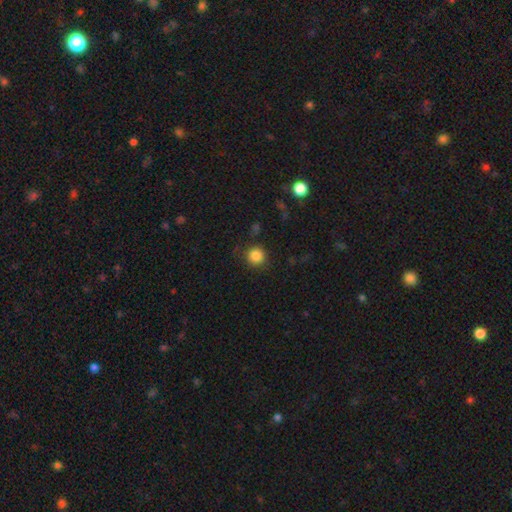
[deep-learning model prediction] A smooth galaxy with no disk features (85%) that is round (94%). Merging: none (86%).